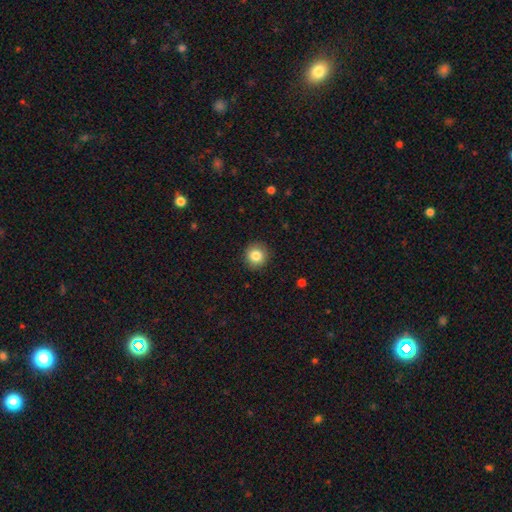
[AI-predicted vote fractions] Overall: smooth (84%). How rounded: round (93%). Merging: none (92%).